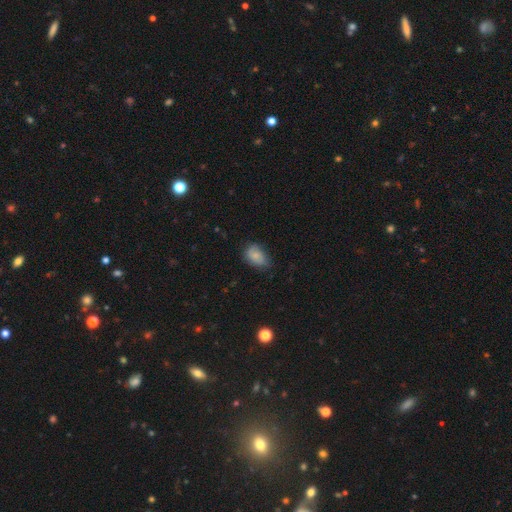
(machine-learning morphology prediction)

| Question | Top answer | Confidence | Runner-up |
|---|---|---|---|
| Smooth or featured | smooth | 78% | featured or disk (14%) |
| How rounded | in between | 82% | round (17%) |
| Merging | none | 58% | minor disturbance (33%) |